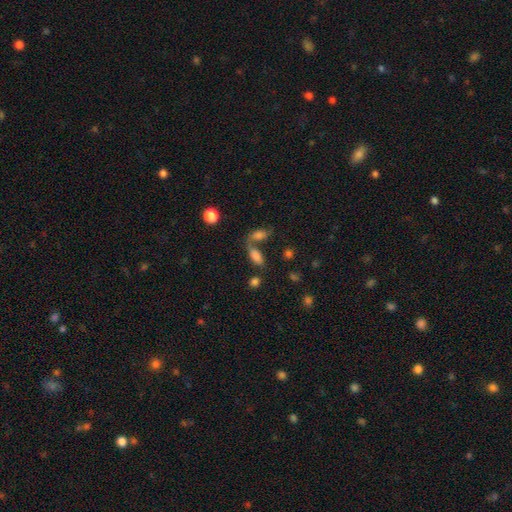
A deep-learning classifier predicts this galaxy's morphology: type=smooth (75%); roundness=in between (80%); merging=merger (44%).